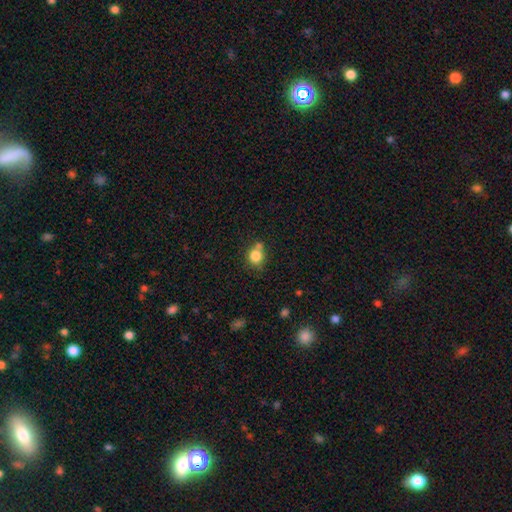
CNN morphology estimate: A smooth galaxy with no disk features (82%) that is round (81%).

Vote fractions:
- Smooth or featured? smooth: 82% / star or artifact: 11% / featured or disk: 8%
- How rounded? round: 81% / in between: 18% / cigar-shaped: 1%
- Merging? none: 57% / merger: 23% / minor disturbance: 15% / major disturbance: 5%